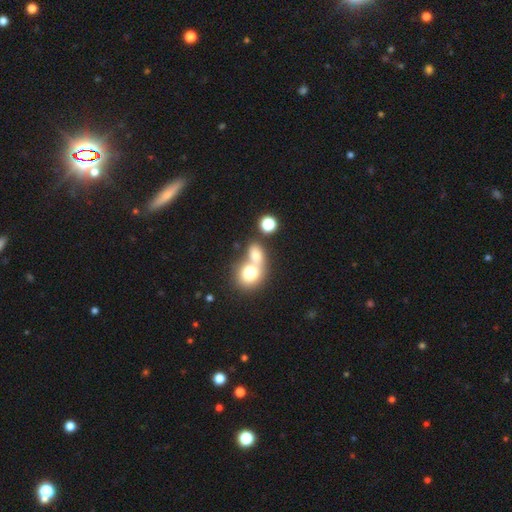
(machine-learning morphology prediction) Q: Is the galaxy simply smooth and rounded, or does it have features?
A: smooth — 73%.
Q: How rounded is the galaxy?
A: round — 58%.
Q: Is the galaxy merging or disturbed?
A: merger — 64%.